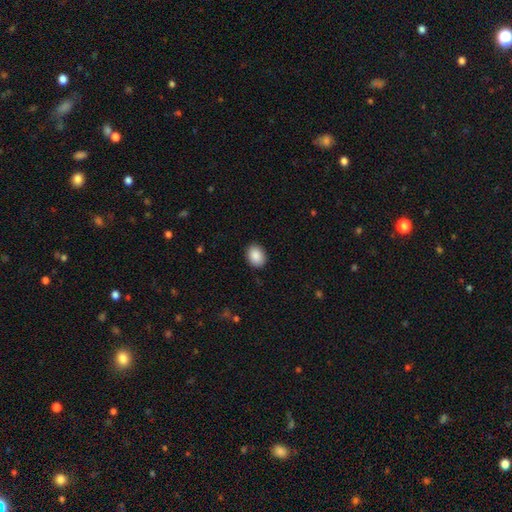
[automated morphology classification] Smooth or featured? smooth (89%)
How rounded? in between (64%)
Merging? none (89%)